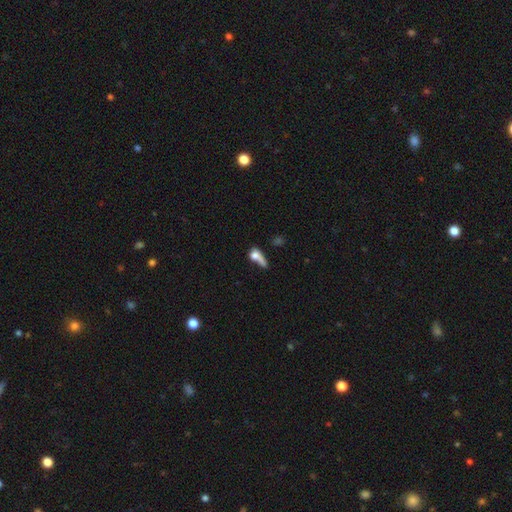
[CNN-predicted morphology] Smooth or featured?
  - smooth: 64% *
  - featured or disk: 24%
  - star or artifact: 12%
How rounded?
  - in between: 46% *
  - round: 32%
  - cigar-shaped: 22%
Merging?
  - major disturbance: 32% *
  - none: 27%
  - merger: 25%
  - minor disturbance: 16%